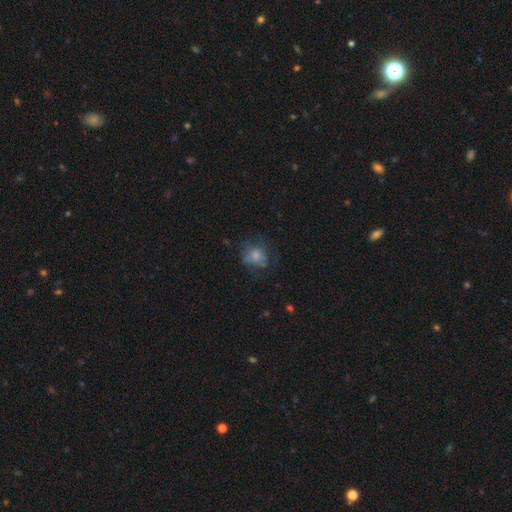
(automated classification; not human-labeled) A smooth galaxy with no disk features (60%) that is round (71%). Merging: none (52%).